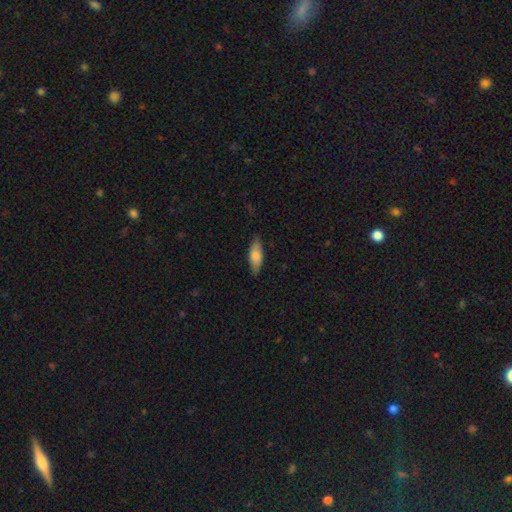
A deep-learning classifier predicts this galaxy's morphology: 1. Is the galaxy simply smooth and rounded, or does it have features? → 74% smooth, 20% featured or disk, 6% star or artifact.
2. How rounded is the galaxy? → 70% in between, 28% cigar-shaped, 2% round.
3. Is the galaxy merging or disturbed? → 80% none, 16% minor disturbance, 3% major disturbance, 1% merger.